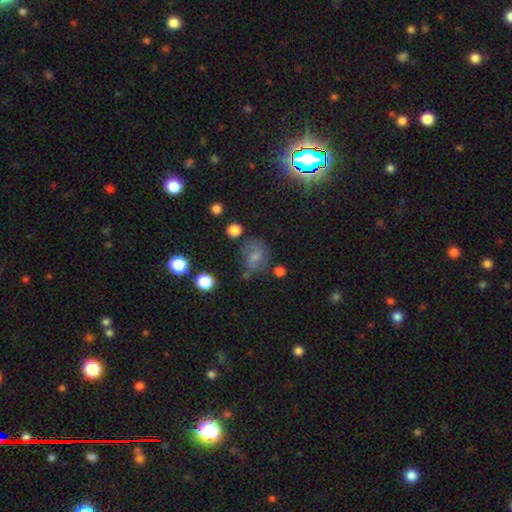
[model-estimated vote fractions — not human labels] smooth_or_featured: smooth (p=0.46) [alt: star or artifact p=0.30]
merging: none (p=0.50) [alt: minor disturbance p=0.28]